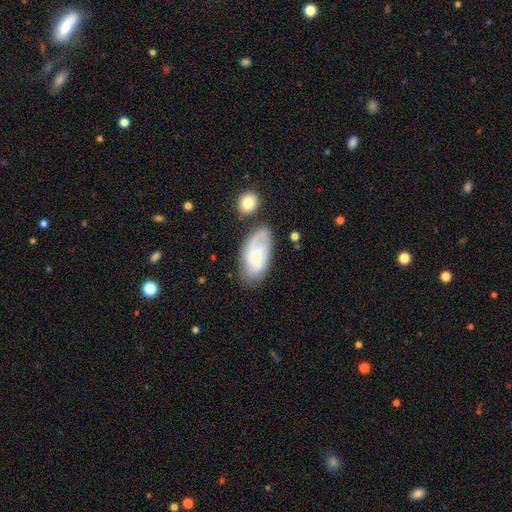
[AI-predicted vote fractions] Smooth or featured? Predicted: featured or disk (p=0.55). Edge-on disk? Predicted: no (p=0.93). Bar? Predicted: no (p=0.68). Spiral arms? Predicted: yes (p=0.85). Bulge size? Predicted: small (p=0.70). Merging? Predicted: none (p=0.65).